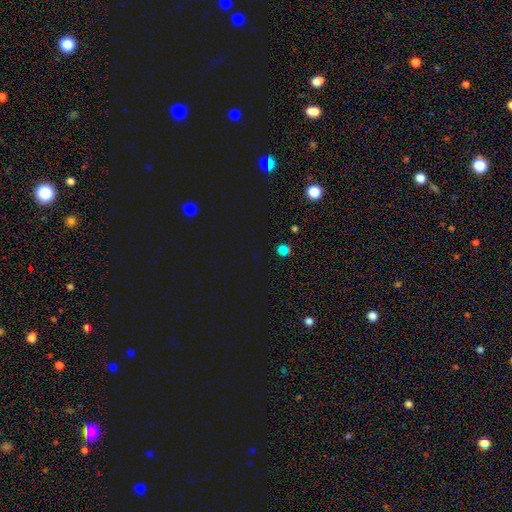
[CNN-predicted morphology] smooth_or_featured: star or artifact (p=0.49) [alt: smooth p=0.45]